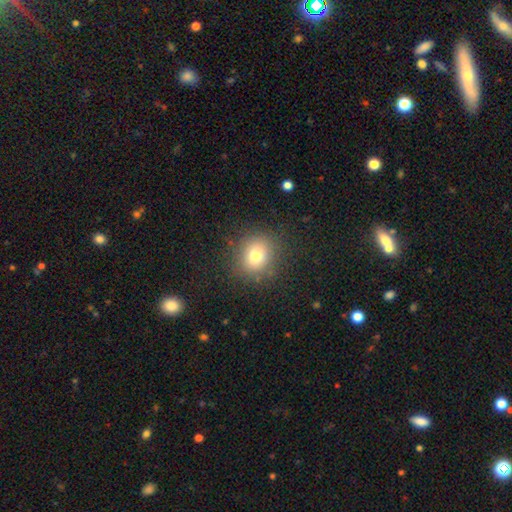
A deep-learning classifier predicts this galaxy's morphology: Smooth or featured? smooth (75%)
How rounded? round (82%)
Merging? none (85%)